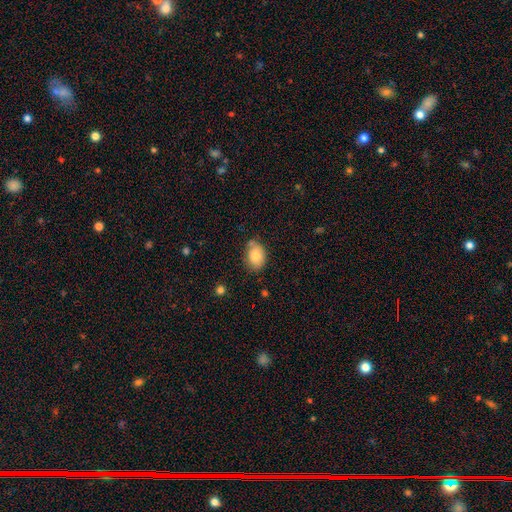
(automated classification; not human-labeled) smooth 80%, featured or disk 12%, star or artifact 8%. Down the decision tree: how rounded — in between (78%); merging — none (69%).